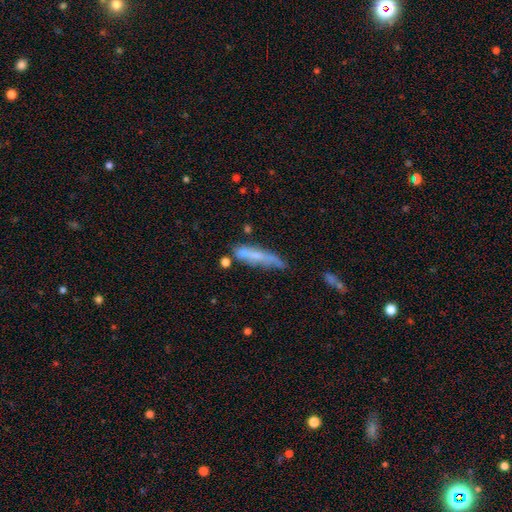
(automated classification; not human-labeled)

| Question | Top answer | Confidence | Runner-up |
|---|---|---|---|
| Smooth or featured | smooth | 54% | featured or disk (37%) |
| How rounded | cigar-shaped | 82% | in between (16%) |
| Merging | none | 44% | minor disturbance (28%) |